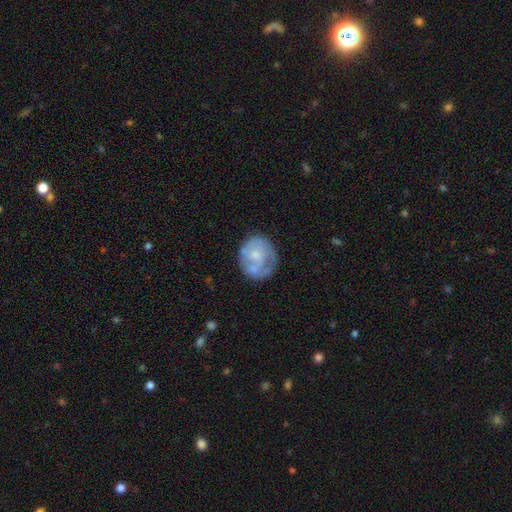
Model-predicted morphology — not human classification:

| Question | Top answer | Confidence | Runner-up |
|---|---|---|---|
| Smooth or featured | featured or disk | 50% | smooth (43%) |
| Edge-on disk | no | 98% | yes (2%) |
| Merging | none | 54% | minor disturbance (25%) |